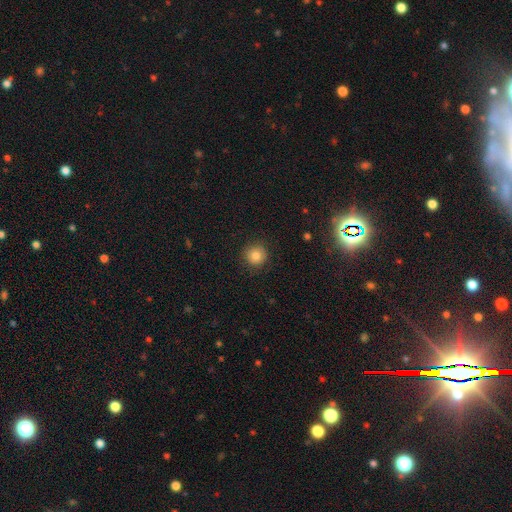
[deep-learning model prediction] A smooth galaxy with no disk features (82%) that is round (94%).

Vote fractions:
- Smooth or featured? smooth: 82% / star or artifact: 11% / featured or disk: 7%
- How rounded? round: 94% / in between: 5% / cigar-shaped: 1%
- Merging? none: 89% / minor disturbance: 7% / major disturbance: 2% / merger: 1%